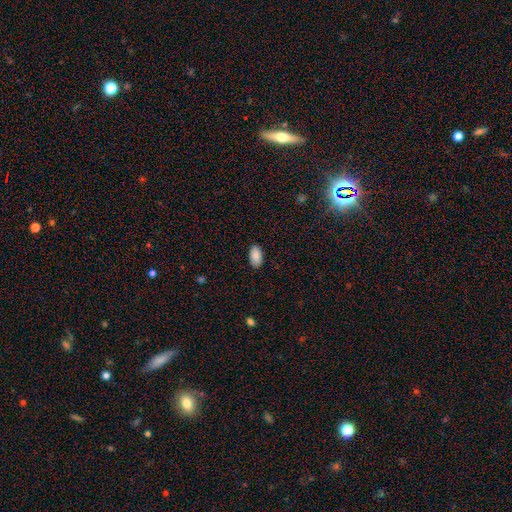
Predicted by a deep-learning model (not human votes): Morphology: type=smooth (90%); roundness=in between (95%); merging=none (87%).